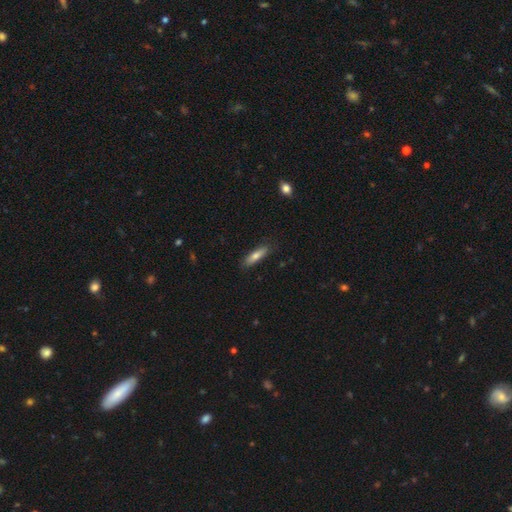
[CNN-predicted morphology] Q: Smooth or featured?
A: smooth (68%); runner-up: featured or disk (25%)
Q: How rounded?
A: cigar-shaped (71%); runner-up: in between (27%)
Q: Merging?
A: none (85%); runner-up: minor disturbance (12%)